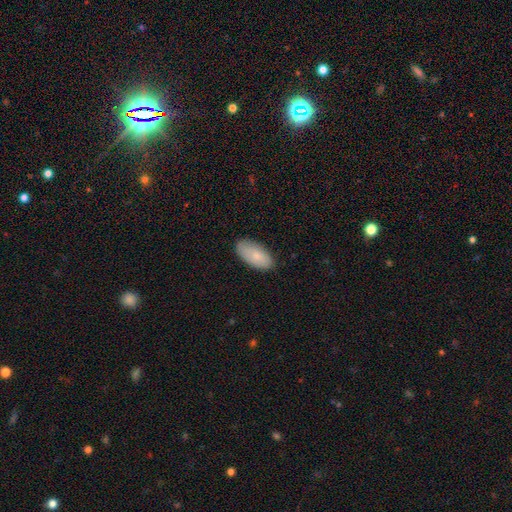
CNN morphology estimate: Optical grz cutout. It shows a smooth galaxy with no disk features (83%) that is in between round and cigar-shaped (93%). Merging: none (84%).